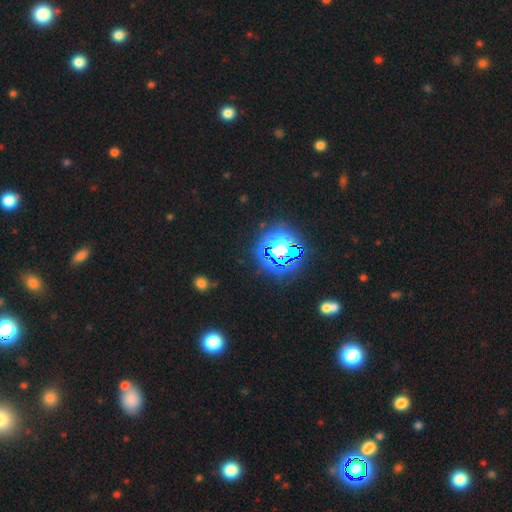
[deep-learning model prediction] Q: Smooth or featured?
A: star or artifact (81%); runner-up: smooth (13%)